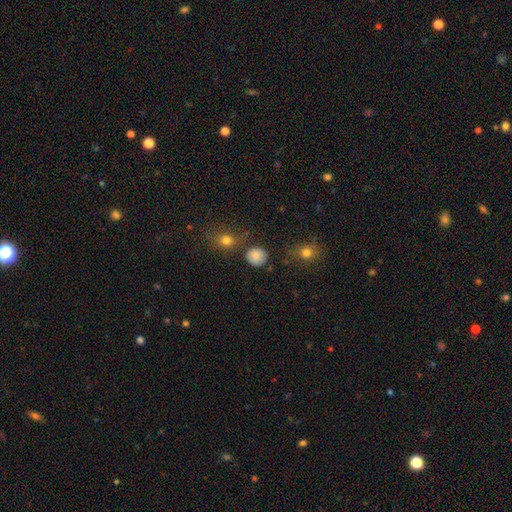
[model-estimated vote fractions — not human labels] The model was most divided on "merging": none: 77%, minor disturbance: 13%, merger: 5%, major disturbance: 5%. More confident: how rounded — round (90%); smooth or featured — smooth (84%).